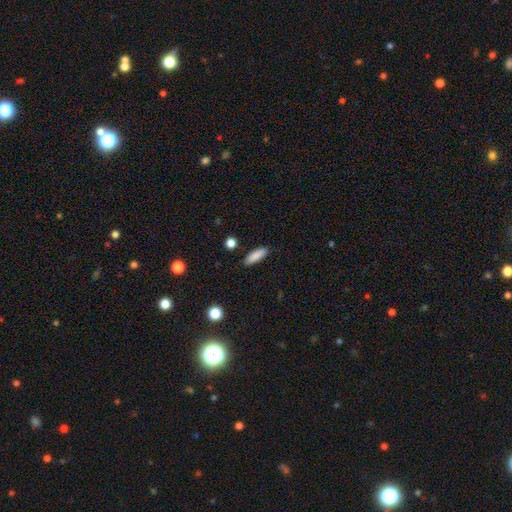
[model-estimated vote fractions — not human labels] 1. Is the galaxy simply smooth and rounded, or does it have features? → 87% smooth, 7% star or artifact, 6% featured or disk.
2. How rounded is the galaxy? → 55% in between, 43% cigar-shaped, 2% round.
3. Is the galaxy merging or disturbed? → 87% none, 9% minor disturbance, 2% major disturbance, 2% merger.